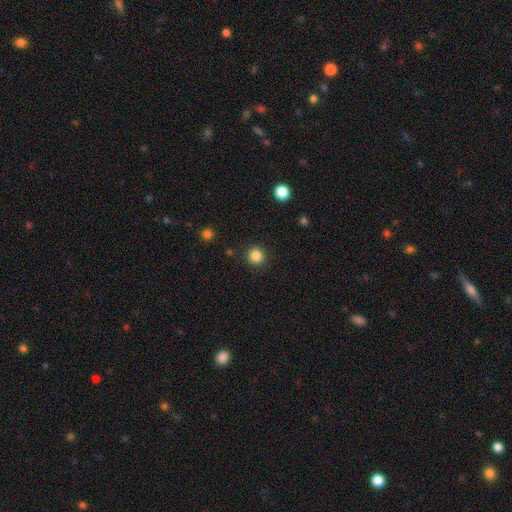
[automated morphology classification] This appears to be a smooth galaxy with no disk features (85%) that is round (94%). Merging: none (92%).